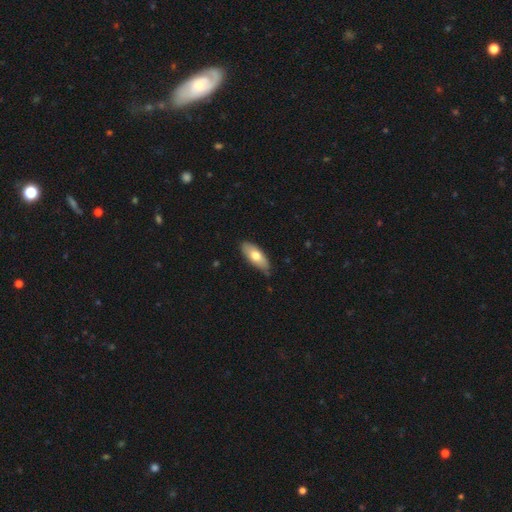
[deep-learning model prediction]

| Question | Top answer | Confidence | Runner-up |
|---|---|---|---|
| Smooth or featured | smooth | 69% | featured or disk (25%) |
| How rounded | in between | 81% | cigar-shaped (16%) |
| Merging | none | 79% | minor disturbance (17%) |